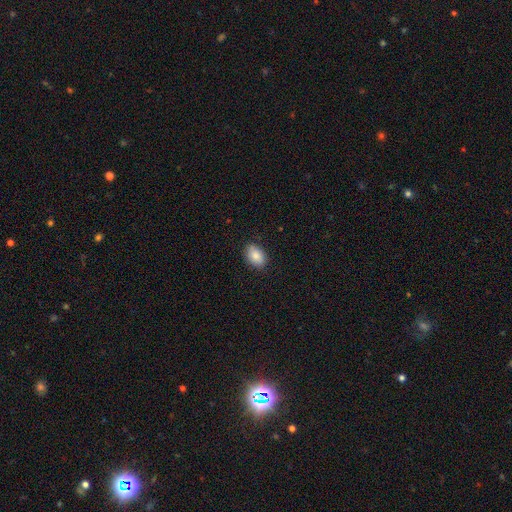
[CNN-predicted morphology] type=smooth (86%); roundness=in between (87%); merging=none (86%).